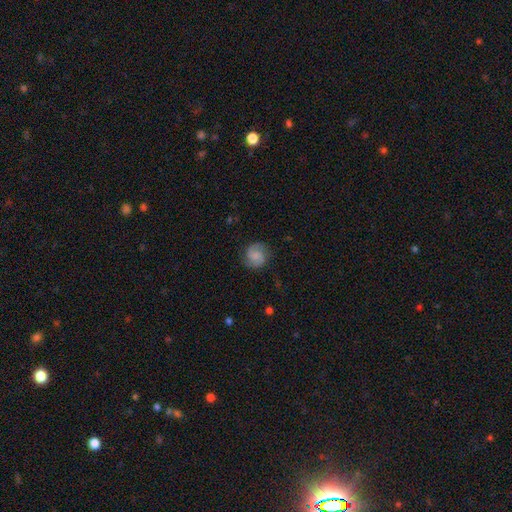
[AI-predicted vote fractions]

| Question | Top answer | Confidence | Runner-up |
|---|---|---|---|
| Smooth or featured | featured or disk | 53% | smooth (39%) |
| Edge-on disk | no | 98% | yes (2%) |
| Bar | no | 56% | weak (37%) |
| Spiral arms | yes | 94% | no (6%) |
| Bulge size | none | 49% | small (26%) |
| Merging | none | 81% | minor disturbance (13%) |